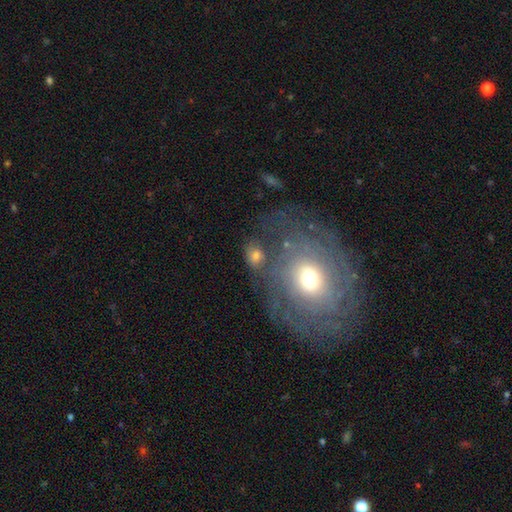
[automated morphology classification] Overall: smooth (56%; featured or disk 29%). How rounded: in between (54%; round 44%). Merging: none (57%).